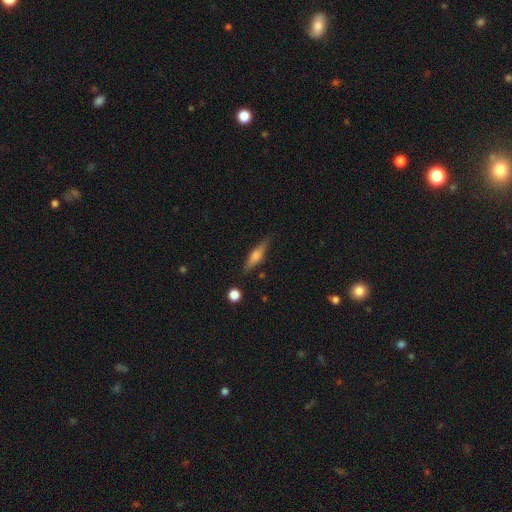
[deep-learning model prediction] Smooth or featured: featured or disk — 53% (smooth — 39%)
Edge-on disk: yes — 94% (no — 6%)
Edge-on bulge: rounded — 80% (boxy — 13%)
Merging: none — 85% (minor disturbance — 11%)